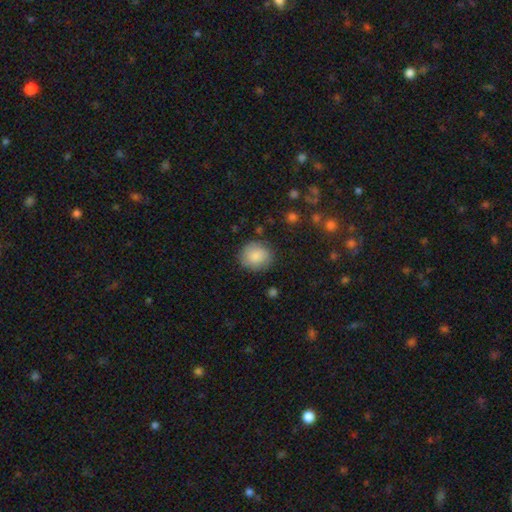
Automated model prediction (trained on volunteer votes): smooth 85%, featured or disk 8%, star or artifact 7%. Down the decision tree: how rounded — round (80%); merging — none (82%).